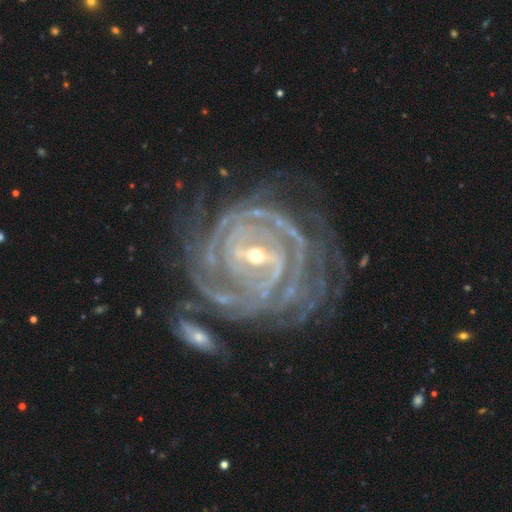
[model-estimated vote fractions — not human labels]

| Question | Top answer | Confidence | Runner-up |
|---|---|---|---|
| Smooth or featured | featured or disk | 92% | star or artifact (5%) |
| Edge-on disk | no | 97% | yes (3%) |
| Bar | strong | 47% | weak (39%) |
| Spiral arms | yes | 98% | no (2%) |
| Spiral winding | tight | 85% | medium (13%) |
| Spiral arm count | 4 | 24% | more than 4 (23%) |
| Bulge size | small | 63% | moderate (34%) |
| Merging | none | 63% | minor disturbance (16%) |